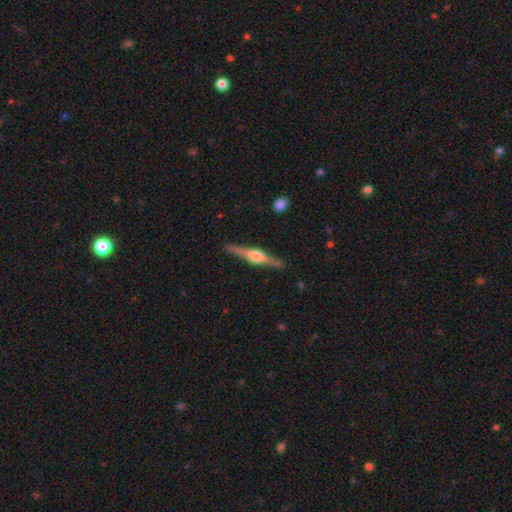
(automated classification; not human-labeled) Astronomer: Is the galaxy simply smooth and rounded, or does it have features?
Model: featured or disk — 85%.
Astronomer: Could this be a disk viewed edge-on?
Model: yes — 98%.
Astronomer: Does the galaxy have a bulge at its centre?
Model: rounded — 92%.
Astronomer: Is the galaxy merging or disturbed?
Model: none — 90%.